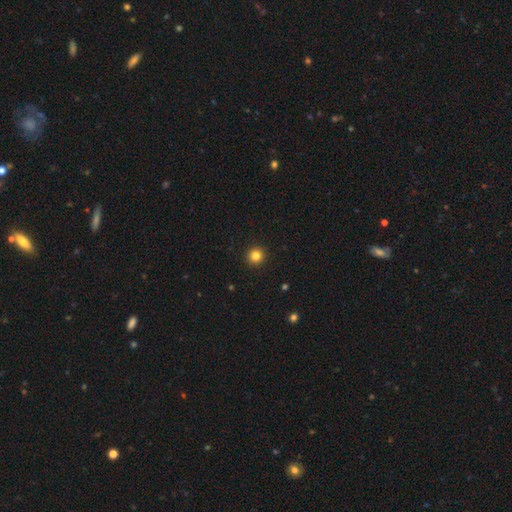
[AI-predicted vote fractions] A smooth galaxy with no disk features (83%) that is round (95%). Merging: none (94%).